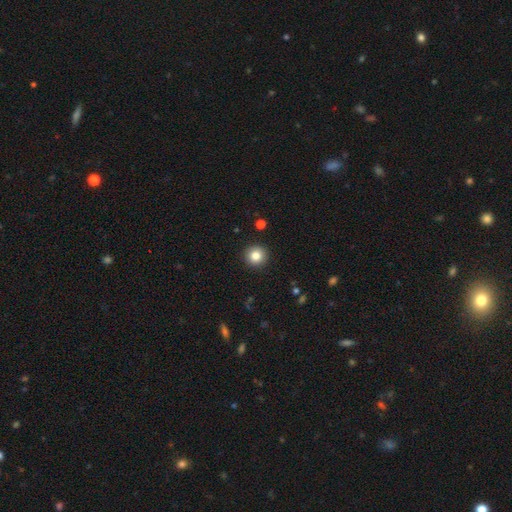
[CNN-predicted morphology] Smooth or featured: smooth — 83% (star or artifact — 10%)
How rounded: round — 95% (in between — 4%)
Merging: none — 92% (minor disturbance — 5%)